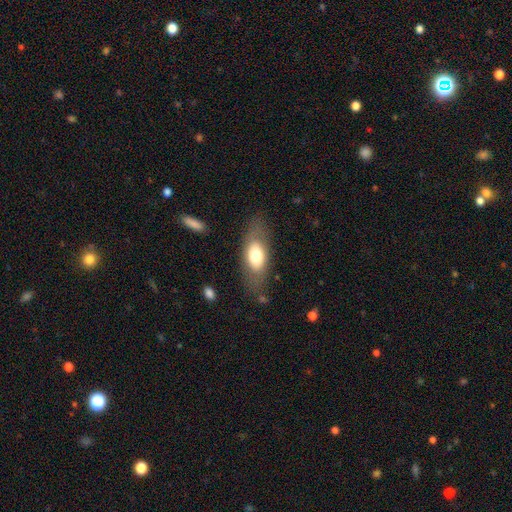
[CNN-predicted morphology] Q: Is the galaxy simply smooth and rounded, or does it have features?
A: smooth — 65%.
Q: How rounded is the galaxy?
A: in between — 82%.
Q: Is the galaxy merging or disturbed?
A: none — 76%.